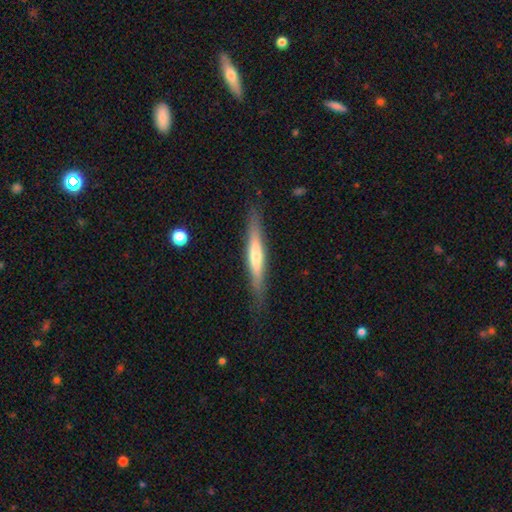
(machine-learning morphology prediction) This is possibly a featured or disk galaxy (54%). It is clearly viewed edge-on (94%). Edge-on bulge: possibly rounded (54%). Merging: clearly none (85%).